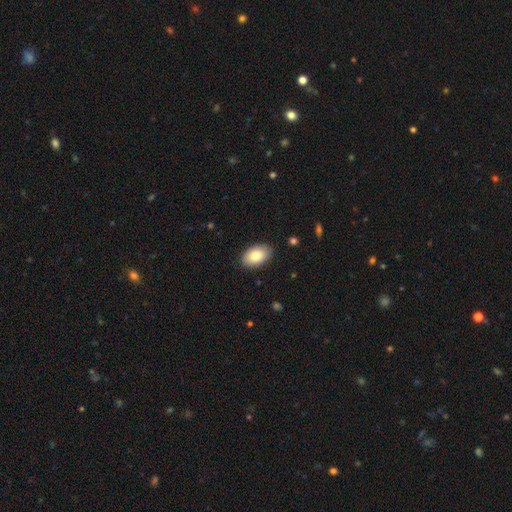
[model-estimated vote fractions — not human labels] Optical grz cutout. It shows a smooth galaxy with no disk features (84%) that is in between round and cigar-shaped (93%). Merging: none (87%).